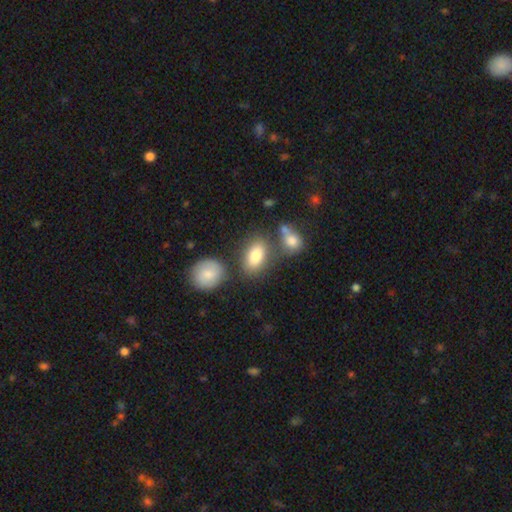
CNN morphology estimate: Smooth or featured? smooth (82%)
How rounded? in between (87%)
Merging? none (67%)